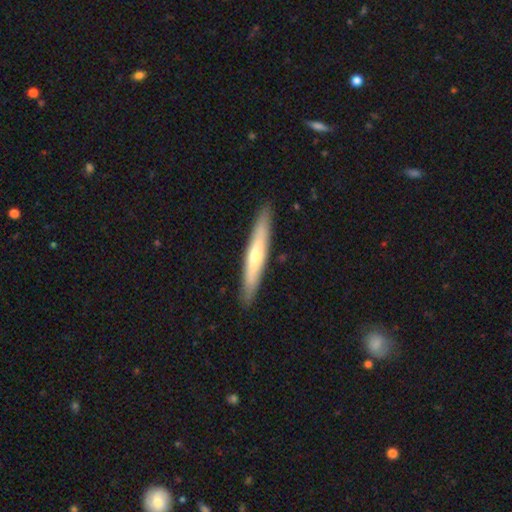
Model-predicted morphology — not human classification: Smooth or featured: smooth — 50% (featured or disk — 45%)
How rounded: cigar-shaped — 94% (in between — 5%)
Merging: none — 91% (minor disturbance — 7%)